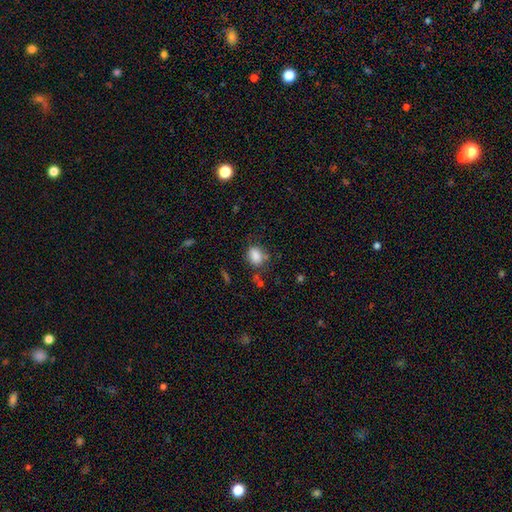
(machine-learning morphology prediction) The model was most divided on "how rounded": in between: 63%, round: 36%, cigar-shaped: 1%. More confident: smooth or featured — smooth (84%); merging — none (64%).